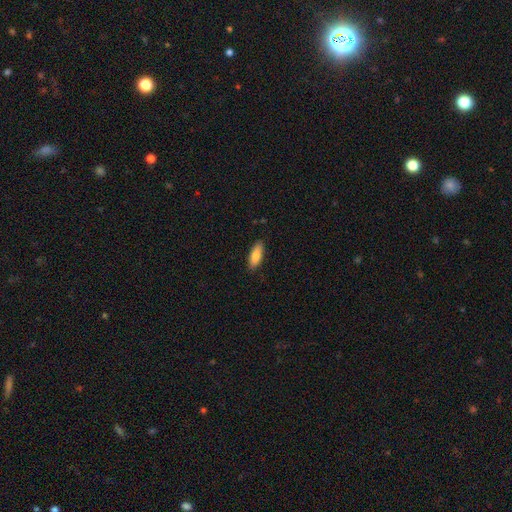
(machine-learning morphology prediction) The model was most divided on "how rounded": in between: 62%, cigar-shaped: 36%, round: 2%. More confident: merging — none (88%); smooth or featured — smooth (82%).